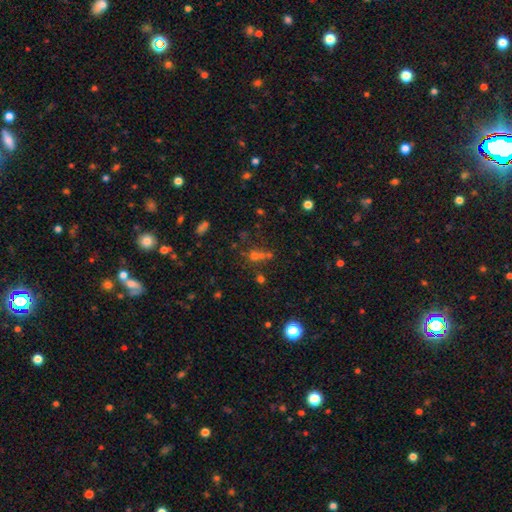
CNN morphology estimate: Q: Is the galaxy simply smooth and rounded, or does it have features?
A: smooth — 44%.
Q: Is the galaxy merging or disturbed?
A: none — 52%.